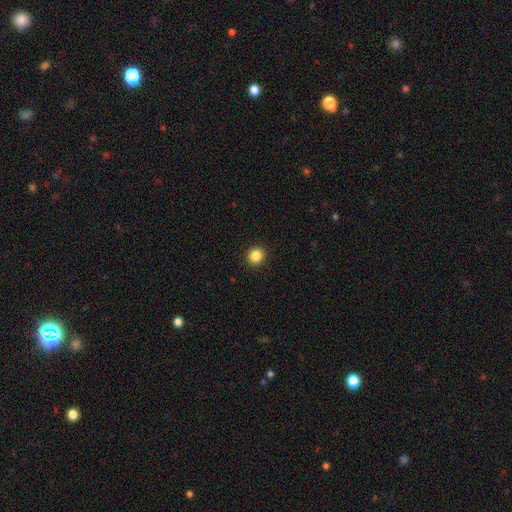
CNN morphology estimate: Smooth or featured: smooth — 86% (star or artifact — 11%)
How rounded: round — 91% (in between — 8%)
Merging: none — 93% (minor disturbance — 5%)